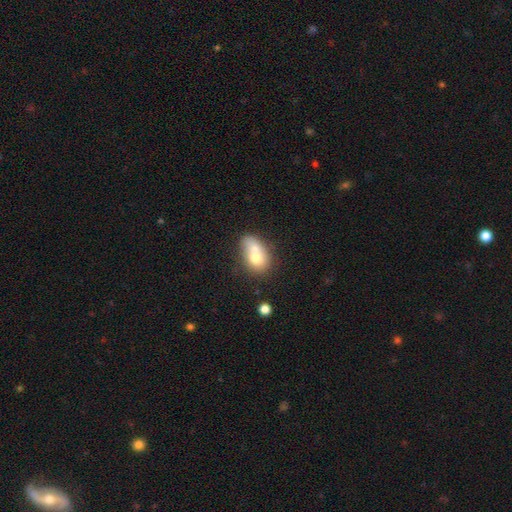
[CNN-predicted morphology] A smooth galaxy with no disk features (68%) that is in between round and cigar-shaped (74%).

Vote fractions:
- Smooth or featured? smooth: 68% / featured or disk: 23% / star or artifact: 8%
- How rounded? in between: 74% / round: 23% / cigar-shaped: 2%
- Merging? merger: 55% / none: 26% / minor disturbance: 13% / major disturbance: 6%